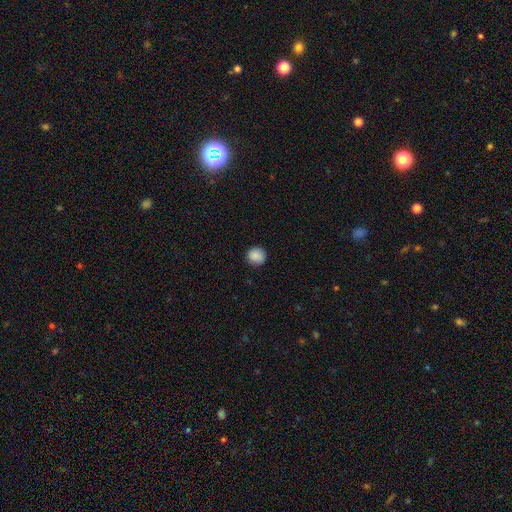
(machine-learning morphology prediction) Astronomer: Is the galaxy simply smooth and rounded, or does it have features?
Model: smooth — 89%.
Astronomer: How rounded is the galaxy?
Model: round — 91%.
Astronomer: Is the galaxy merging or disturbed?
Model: none — 90%.